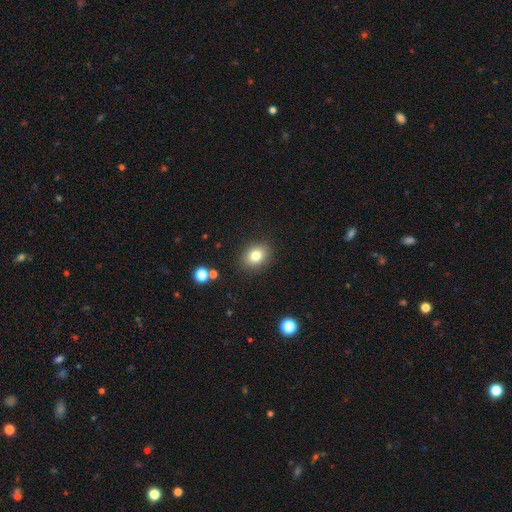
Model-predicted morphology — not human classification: This appears to be a smooth galaxy with no disk features (79%) that is in between round and cigar-shaped (51%). Merging: none (88%).